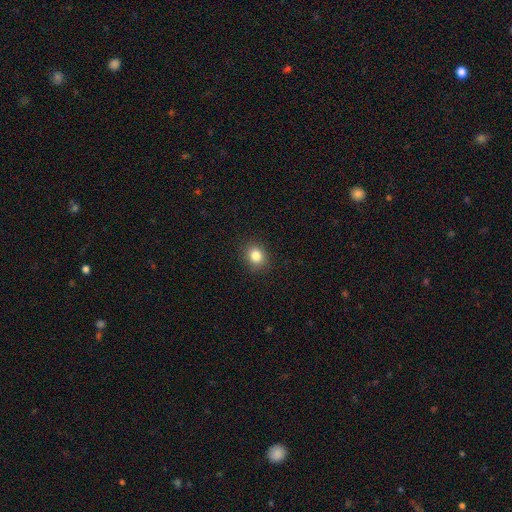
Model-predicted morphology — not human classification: Smooth or featured?
  - smooth: 83% *
  - star or artifact: 11%
  - featured or disk: 6%
How rounded?
  - round: 65% *
  - in between: 35%
  - cigar-shaped: 1%
Merging?
  - none: 89% *
  - minor disturbance: 8%
  - major disturbance: 2%
  - merger: 1%